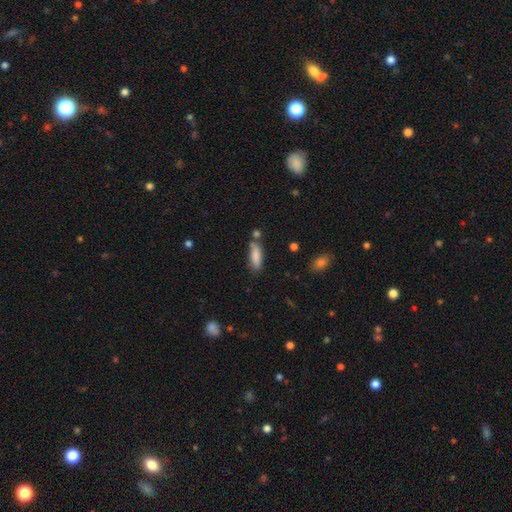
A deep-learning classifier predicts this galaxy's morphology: This appears to be a smooth galaxy with no disk features (85%) that is in between round and cigar-shaped (53%). Merging: none (65%).